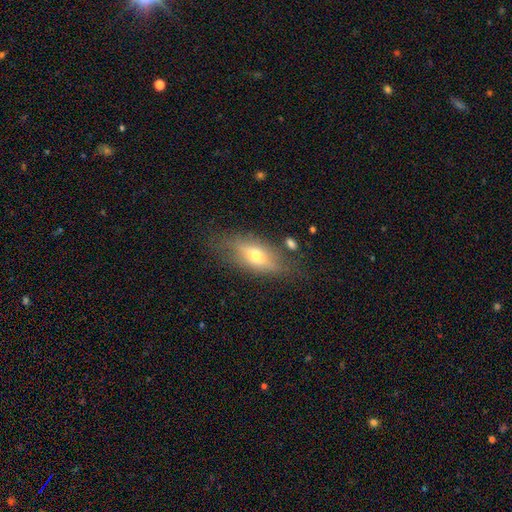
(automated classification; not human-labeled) smooth_or_featured: featured or disk (p=0.46) [alt: smooth p=0.45]
merging: none (p=0.73) [alt: minor disturbance p=0.17]